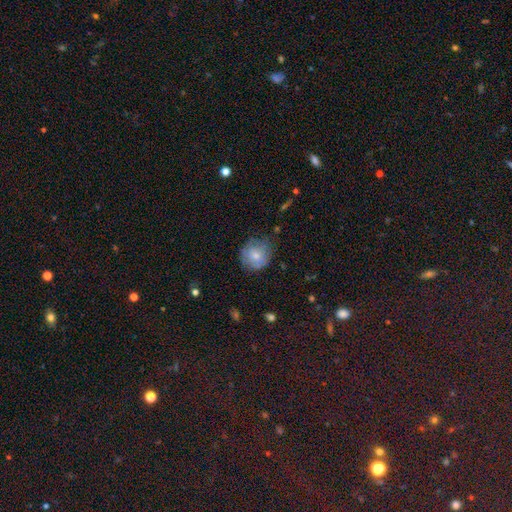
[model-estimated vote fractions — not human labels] smooth 72%, featured or disk 19%, star or artifact 8%. Down the decision tree: how rounded — round (84%); merging — none (65%).